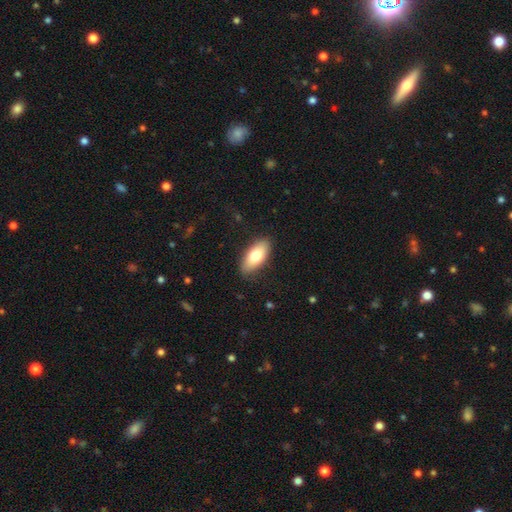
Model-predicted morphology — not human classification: type=smooth (76%); roundness=in between (87%); merging=none (86%).